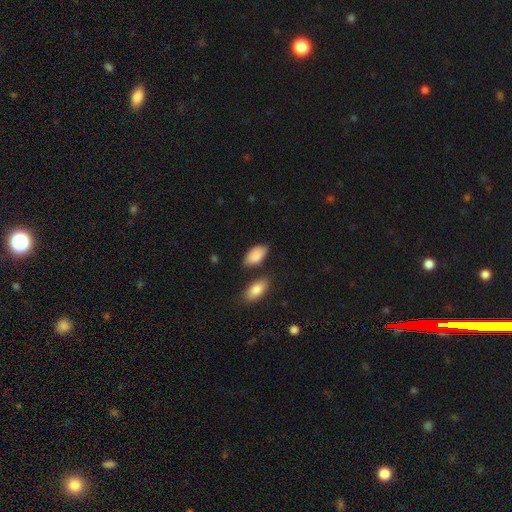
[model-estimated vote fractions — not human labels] This appears to be a smooth galaxy with no disk features (88%) that is in between round and cigar-shaped (94%). Merging: none (72%).